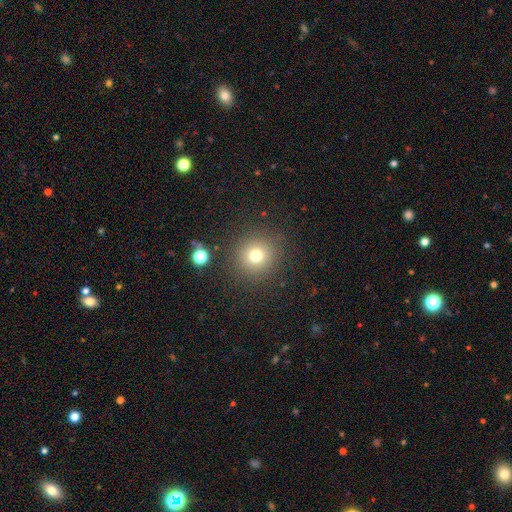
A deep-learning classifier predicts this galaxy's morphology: This is likely a smooth galaxy (73%). How rounded: clearly round (94%). Merging: clearly none (88%).